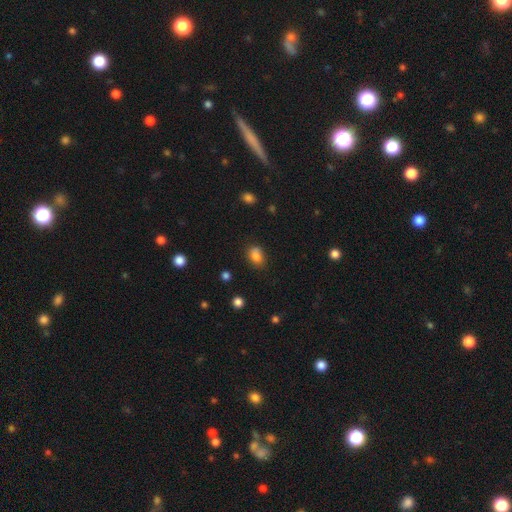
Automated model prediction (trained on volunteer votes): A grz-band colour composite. It shows a smooth galaxy with no disk features (83%) that is in between round and cigar-shaped (74%). Merging: none (65%).